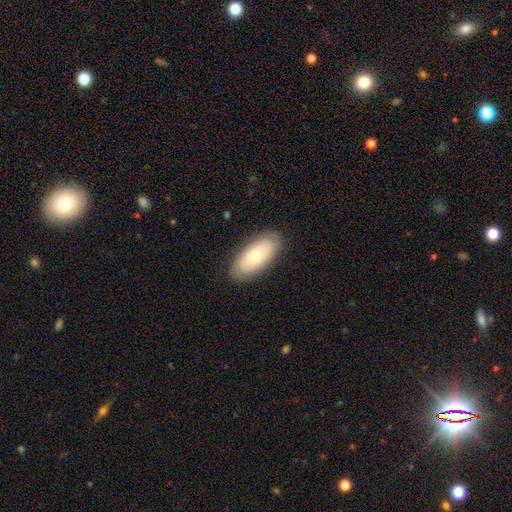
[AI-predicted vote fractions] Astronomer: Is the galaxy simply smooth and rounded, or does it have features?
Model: smooth — 71%.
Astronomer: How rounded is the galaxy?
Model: in between — 90%.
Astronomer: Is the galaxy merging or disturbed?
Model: none — 86%.